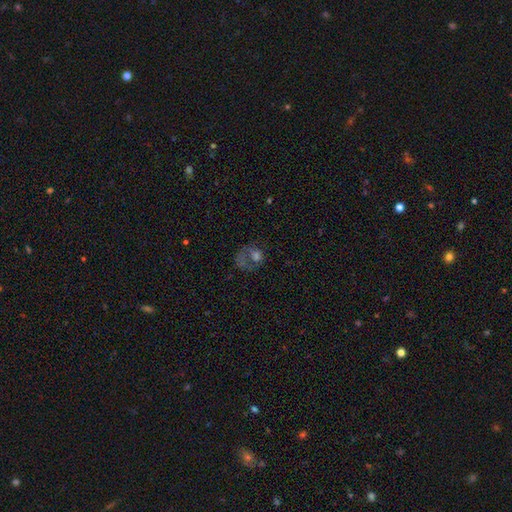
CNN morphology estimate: This appears to be a smooth galaxy with no disk features (43%). Merging: major disturbance (39%).